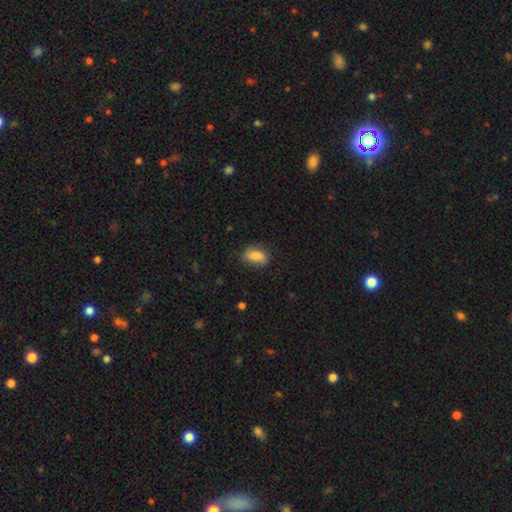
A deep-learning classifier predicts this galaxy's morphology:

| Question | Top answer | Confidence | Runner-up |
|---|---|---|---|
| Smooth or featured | smooth | 84% | featured or disk (9%) |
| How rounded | in between | 87% | round (9%) |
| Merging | none | 76% | minor disturbance (18%) |